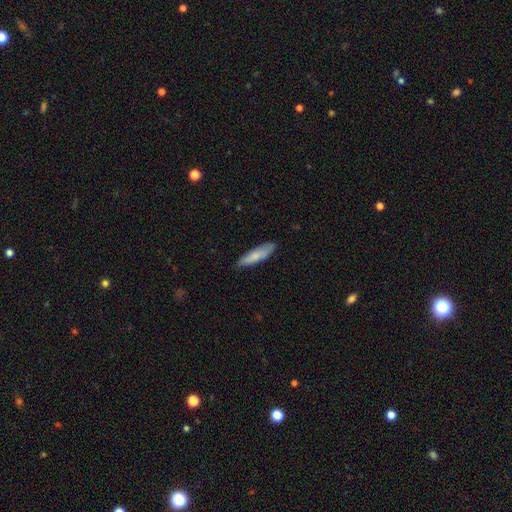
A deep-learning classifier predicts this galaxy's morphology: This appears to be a smooth galaxy with no disk features (76%) that is cigar-shaped (69%). Merging: none (81%).